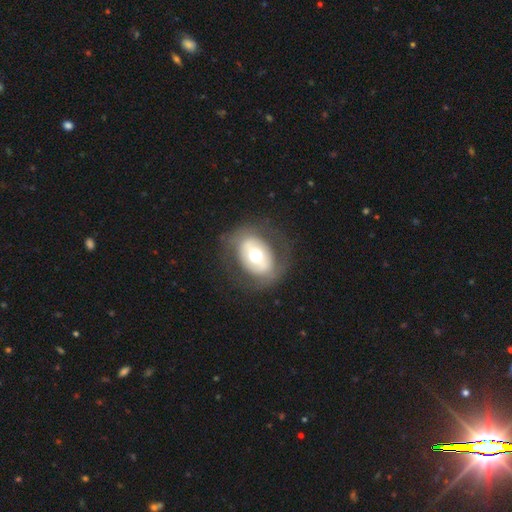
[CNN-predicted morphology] Smooth or featured?
  - featured or disk: 49% *
  - smooth: 43%
  - star or artifact: 8%
Merging?
  - none: 74% *
  - minor disturbance: 14%
  - major disturbance: 11%
  - merger: 1%